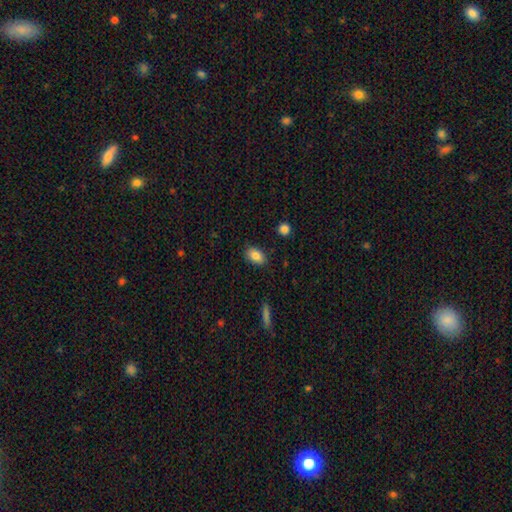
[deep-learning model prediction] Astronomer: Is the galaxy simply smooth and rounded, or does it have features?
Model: smooth — 85%.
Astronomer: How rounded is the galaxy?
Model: in between — 90%.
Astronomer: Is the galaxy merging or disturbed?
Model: none — 86%.